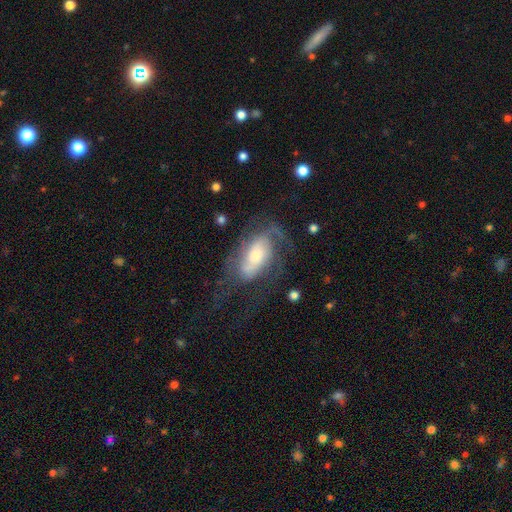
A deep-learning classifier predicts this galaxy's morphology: smooth-or-featured: featured or disk: 77% | smooth: 17% | star or artifact: 6%
  disk-edge-on: no: 95% | yes: 5%
    bar: no: 57% | weak: 31% | strong: 12%
    has-spiral-arms: yes: 92% | no: 8%
      spiral-winding: medium: 44% | tight: 31% | loose: 25%
      spiral-arm-count: 2: 46% | can't tell: 22% | 3: 14% | 1: 9% | 4: 5% | more than 4: 4%
    bulge-size: moderate: 35% | small: 32% | large: 24% | dominant: 5% | none: 4%
  merging: none: 51% | major disturbance: 27% | minor disturbance: 19% | merger: 2%